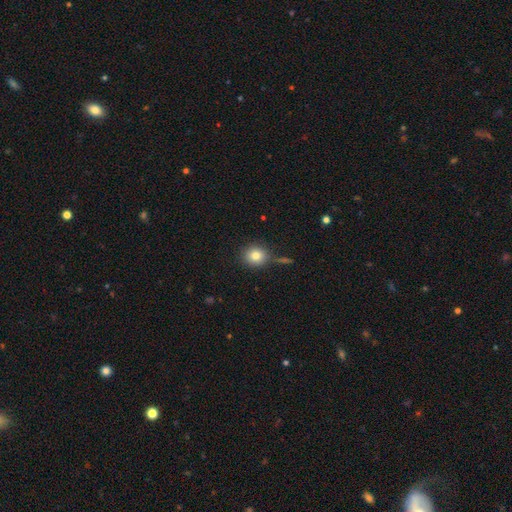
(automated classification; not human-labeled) Morphology: type=smooth (80%); roundness=round (86%); merging=none (79%).